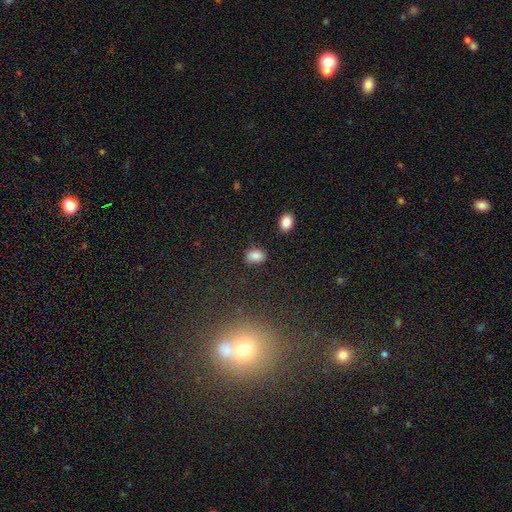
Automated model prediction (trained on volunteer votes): Morphology: type=smooth (84%); roundness=in between (71%); merging=none (81%).